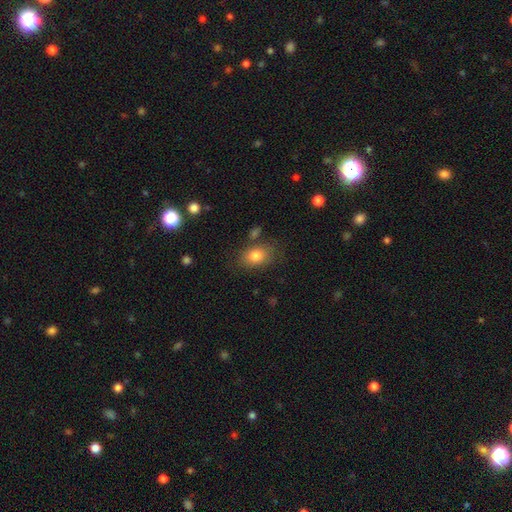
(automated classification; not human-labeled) Q: Smooth or featured?
A: smooth (81%); runner-up: featured or disk (10%)
Q: How rounded?
A: in between (79%); runner-up: round (20%)
Q: Merging?
A: none (73%); runner-up: minor disturbance (16%)